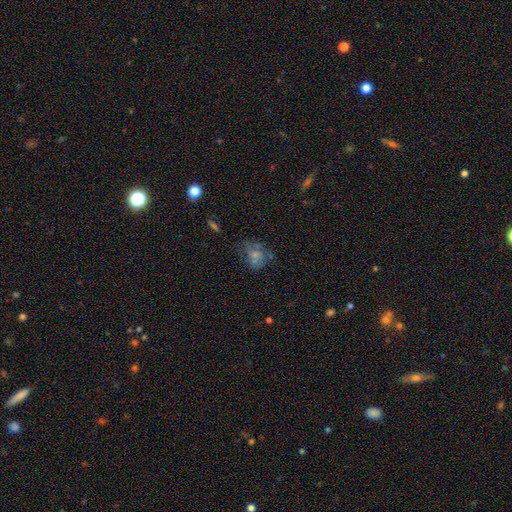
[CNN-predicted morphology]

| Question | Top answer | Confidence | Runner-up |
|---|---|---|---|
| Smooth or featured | smooth | 55% | featured or disk (33%) |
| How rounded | in between | 51% | round (47%) |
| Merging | none | 44% | minor disturbance (24%) |